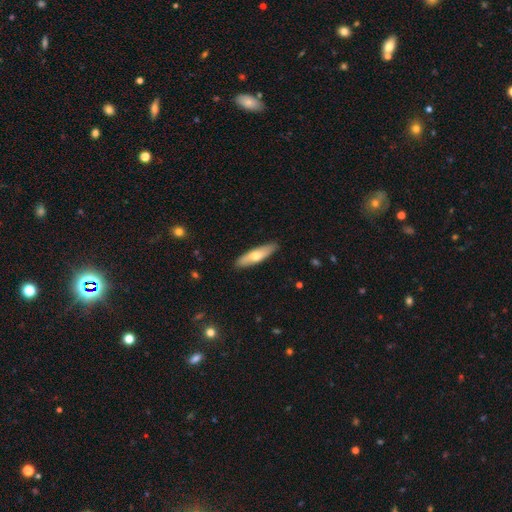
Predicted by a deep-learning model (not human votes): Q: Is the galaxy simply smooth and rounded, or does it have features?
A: smooth — 60%.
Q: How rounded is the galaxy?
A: cigar-shaped — 66%.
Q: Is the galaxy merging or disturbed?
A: none — 89%.